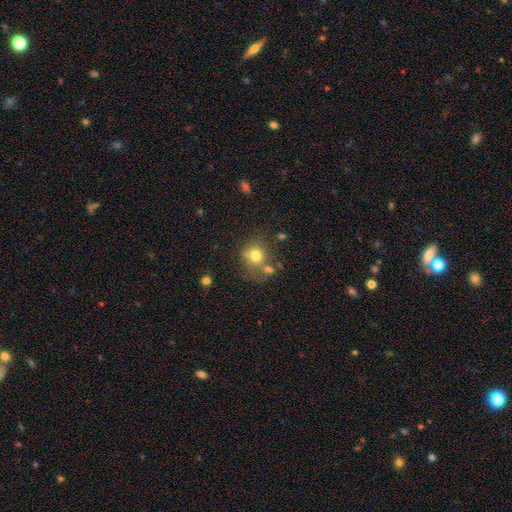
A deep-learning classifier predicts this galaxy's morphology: Smooth or featured?
  - smooth: 75% *
  - featured or disk: 13%
  - star or artifact: 12%
How rounded?
  - round: 80% *
  - in between: 20%
  - cigar-shaped: 1%
Merging?
  - none: 53% *
  - merger: 22%
  - minor disturbance: 17%
  - major disturbance: 8%